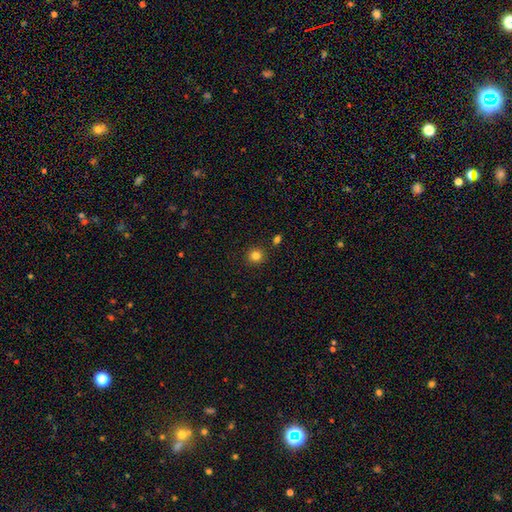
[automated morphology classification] A smooth galaxy with no disk features (83%) that is round (92%).

Vote fractions:
- Smooth or featured? smooth: 83% / star or artifact: 13% / featured or disk: 5%
- How rounded? round: 92% / in between: 7% / cigar-shaped: 1%
- Merging? none: 90% / minor disturbance: 6% / merger: 3% / major disturbance: 2%